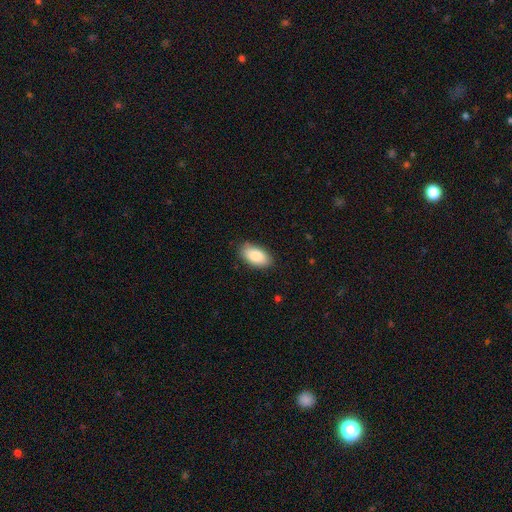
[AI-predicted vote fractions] Overall: smooth (87%). How rounded: in between (94%). Merging: none (84%).